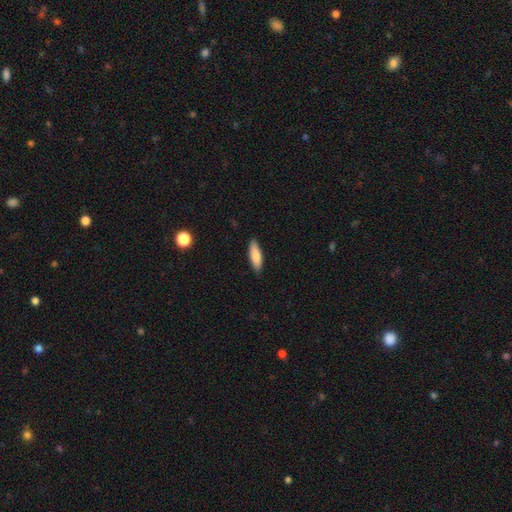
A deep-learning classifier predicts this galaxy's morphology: A smooth galaxy with no disk features (83%) that is cigar-shaped (51%). Merging: none (87%).